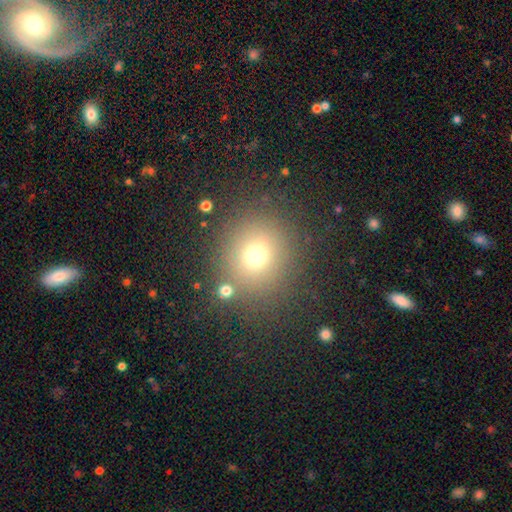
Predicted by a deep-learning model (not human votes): Smooth or featured: smooth — 71% (star or artifact — 19%)
How rounded: round — 87% (in between — 12%)
Merging: none — 82% (minor disturbance — 8%)